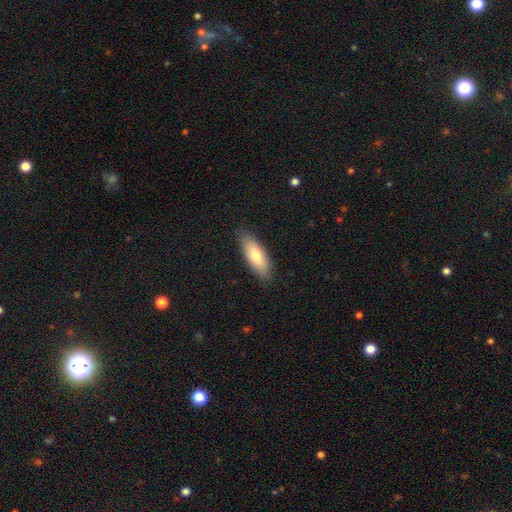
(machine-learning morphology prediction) A smooth galaxy with no disk features (74%) that is in between round and cigar-shaped (67%). Merging: none (85%).